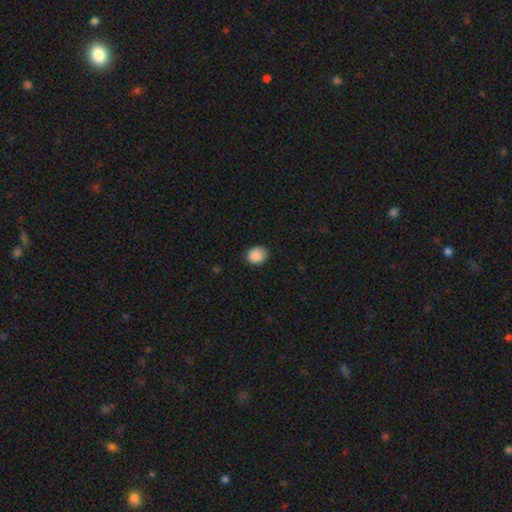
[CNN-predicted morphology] A smooth galaxy with no disk features (88%) that is round (63%).

Vote fractions:
- Smooth or featured? smooth: 88% / star or artifact: 8% / featured or disk: 3%
- How rounded? round: 63% / in between: 36% / cigar-shaped: 1%
- Merging? none: 83% / minor disturbance: 14% / major disturbance: 2% / merger: 1%